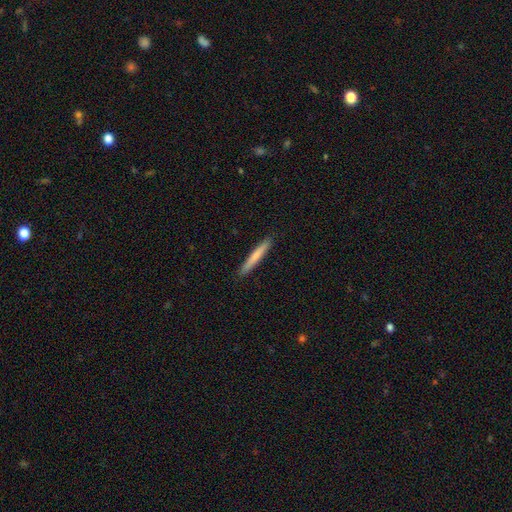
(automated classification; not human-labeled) Smooth or featured: smooth — 72% (featured or disk — 23%)
How rounded: cigar-shaped — 96% (in between — 3%)
Merging: none — 92% (minor disturbance — 6%)